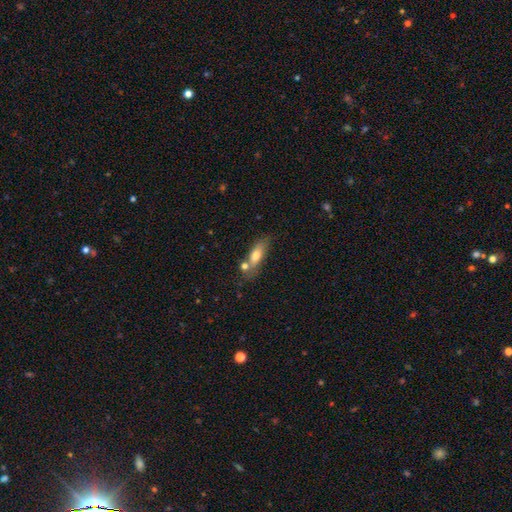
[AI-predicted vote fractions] Smooth or featured? Predicted: smooth (p=0.70). How rounded? Predicted: in between (p=0.60). Merging? Predicted: none (p=0.55).